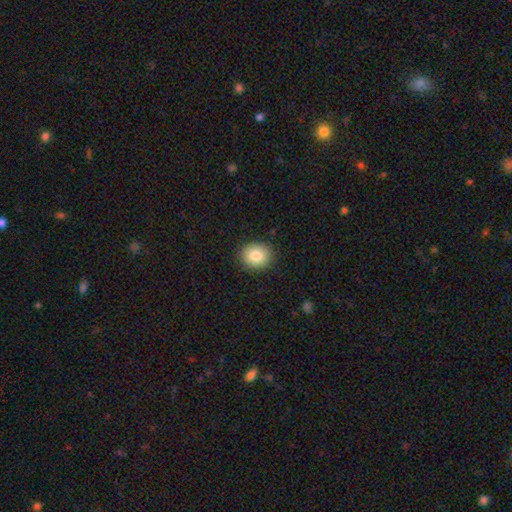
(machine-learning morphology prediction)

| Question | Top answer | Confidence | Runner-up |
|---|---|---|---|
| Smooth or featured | smooth | 84% | star or artifact (9%) |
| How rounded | round | 64% | in between (35%) |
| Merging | none | 89% | minor disturbance (8%) |